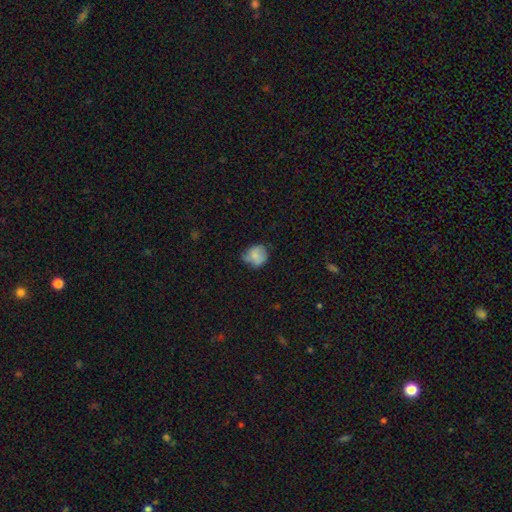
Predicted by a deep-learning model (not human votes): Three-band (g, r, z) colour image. It shows a smooth galaxy with no disk features (74%) that is round (71%). Merging: none (49%).